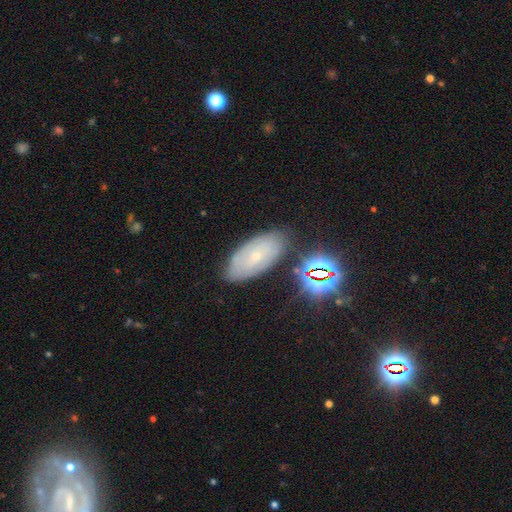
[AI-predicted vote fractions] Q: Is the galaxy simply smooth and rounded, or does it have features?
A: featured or disk — 44%.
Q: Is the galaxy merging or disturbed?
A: none — 78%.